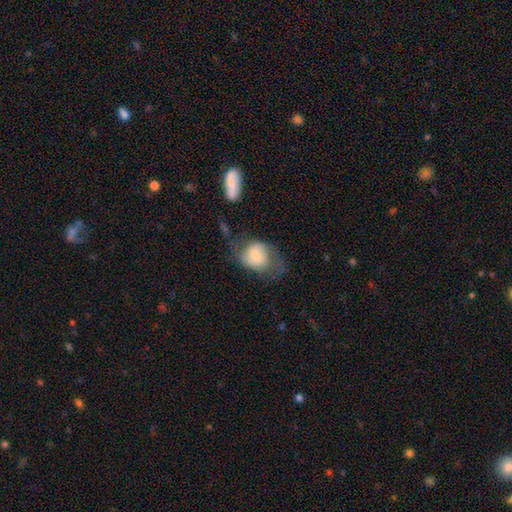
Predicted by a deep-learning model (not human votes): smooth 48%, featured or disk 44%, star or artifact 7%. Down the decision tree: merging — none (37%).